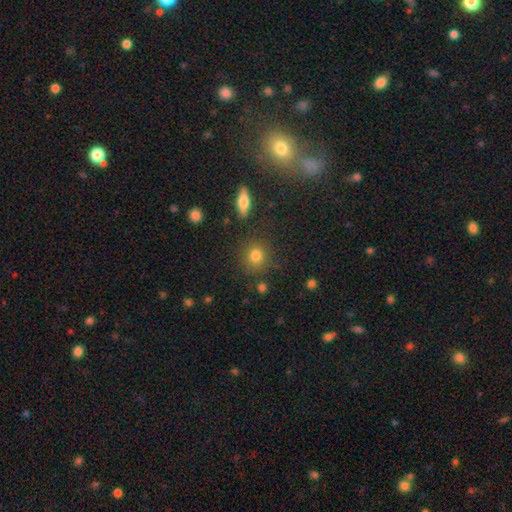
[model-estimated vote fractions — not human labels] A smooth galaxy with no disk features (81%) that is round (87%). Merging: none (84%).